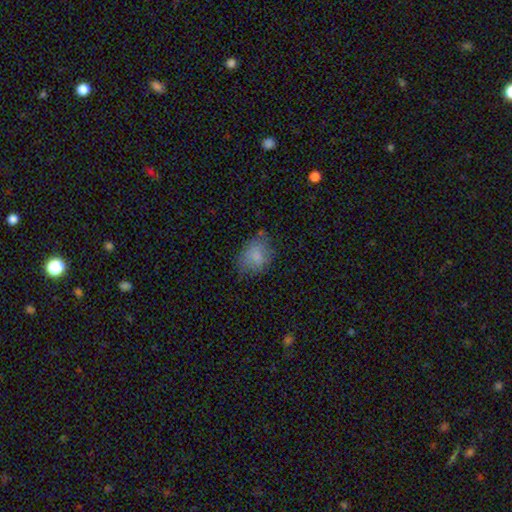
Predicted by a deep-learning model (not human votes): Overall: smooth (78%). How rounded: in between (62%; round 37%). Merging: none (63%; minor disturbance 26%).